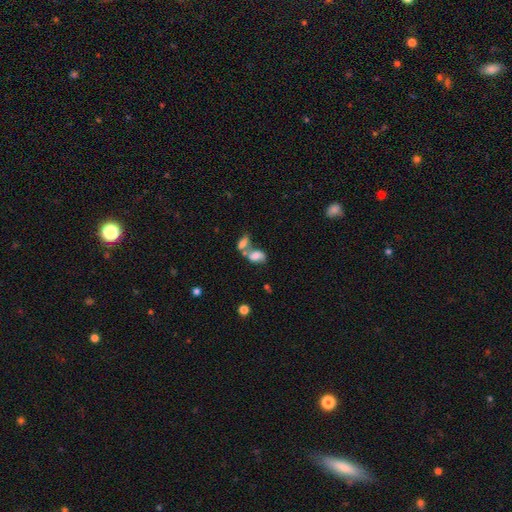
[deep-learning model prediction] Smooth or featured: smooth — 65% (featured or disk — 24%)
How rounded: in between — 87% (round — 9%)
Merging: merger — 58% (none — 24%)